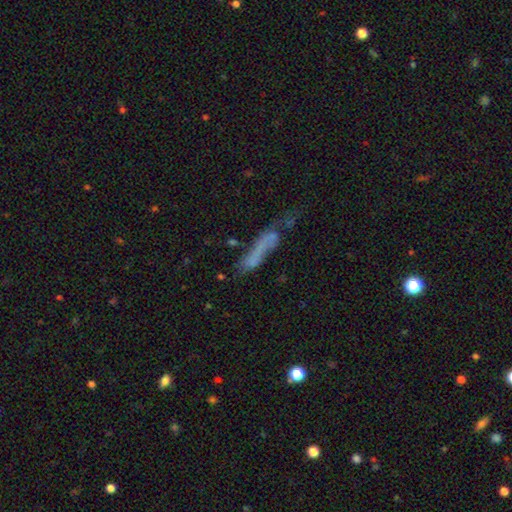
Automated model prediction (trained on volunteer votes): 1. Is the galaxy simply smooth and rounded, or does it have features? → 50% smooth, 34% featured or disk, 16% star or artifact.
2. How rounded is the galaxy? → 76% cigar-shaped, 20% in between, 4% round.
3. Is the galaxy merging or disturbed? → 34% none, 27% major disturbance, 20% minor disturbance, 20% merger.